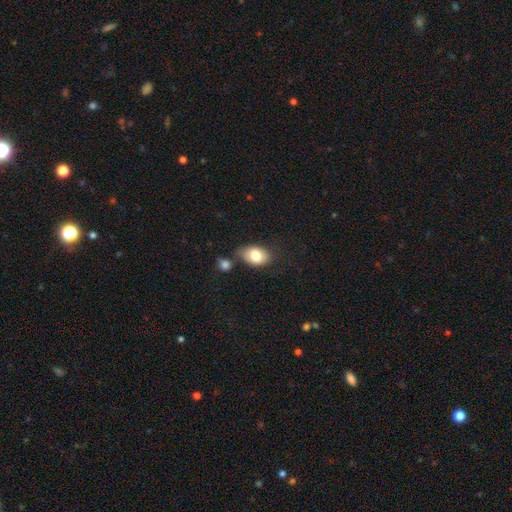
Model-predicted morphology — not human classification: Overall: smooth (79%). How rounded: in between (82%). Merging: none (56%; minor disturbance 22%).